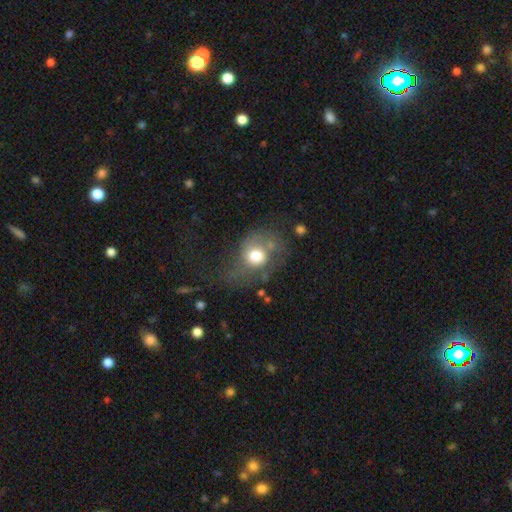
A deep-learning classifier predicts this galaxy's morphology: Smooth or featured? Predicted: smooth (p=0.61). How rounded? Predicted: round (p=0.63). Merging? Predicted: major disturbance (p=0.35, tied with none).